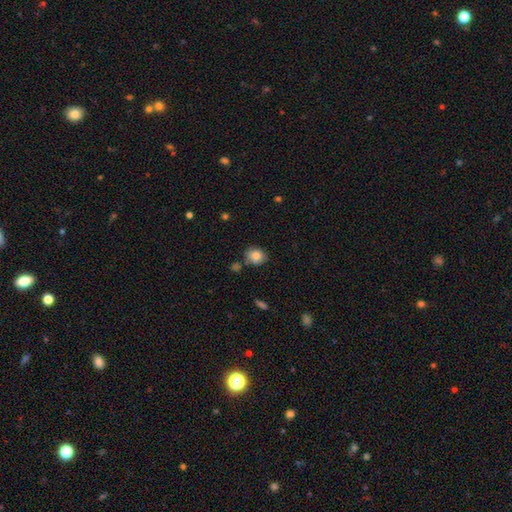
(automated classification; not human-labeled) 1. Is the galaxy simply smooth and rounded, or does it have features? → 83% smooth, 9% star or artifact, 7% featured or disk.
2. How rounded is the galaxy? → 71% round, 28% in between, 1% cigar-shaped.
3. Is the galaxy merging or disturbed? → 72% none, 16% minor disturbance, 8% merger, 4% major disturbance.